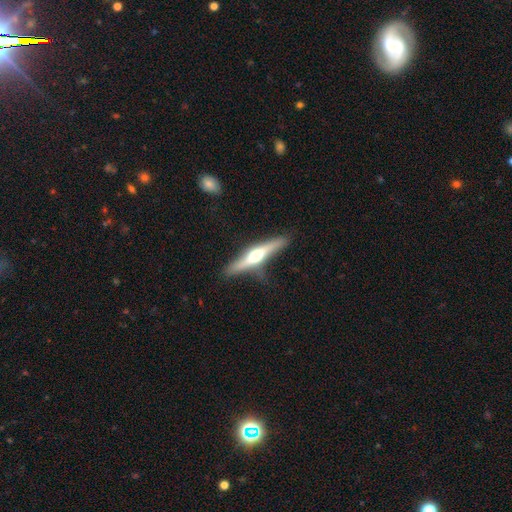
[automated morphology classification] This is likely a featured or disk galaxy (69%). It is clearly viewed edge-on (96%). Edge-on bulge: clearly rounded (92%). Merging: clearly none (82%).